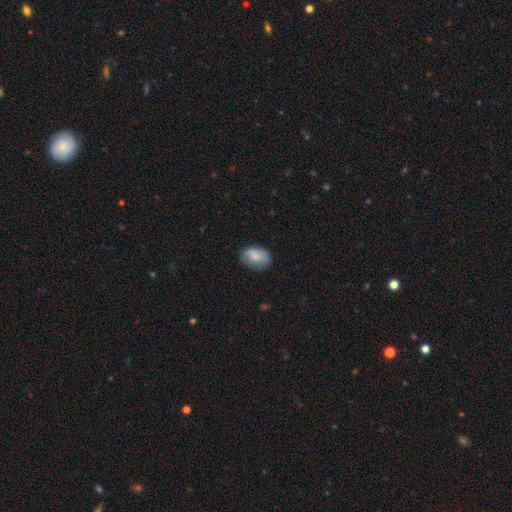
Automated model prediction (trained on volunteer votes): A smooth galaxy with no disk features (82%) that is in between round and cigar-shaped (85%). Merging: none (72%).